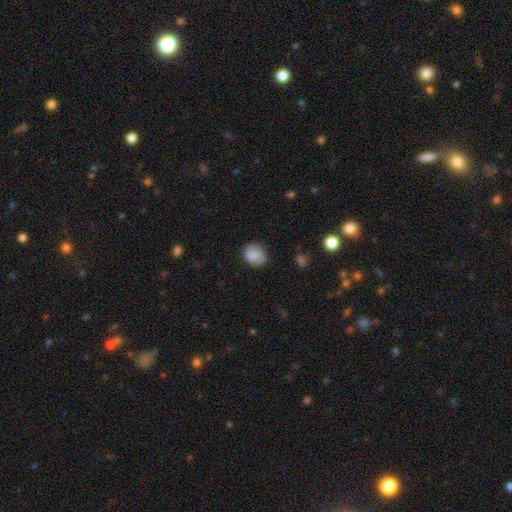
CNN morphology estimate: This appears to be a smooth galaxy with no disk features (71%) that is round (55%). Merging: none (75%).